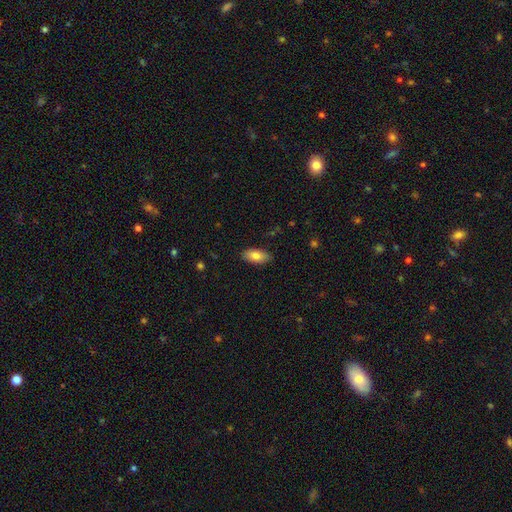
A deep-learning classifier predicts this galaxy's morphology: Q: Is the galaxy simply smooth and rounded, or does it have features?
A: smooth — 82%.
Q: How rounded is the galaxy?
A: in between — 90%.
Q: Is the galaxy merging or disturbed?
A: none — 86%.